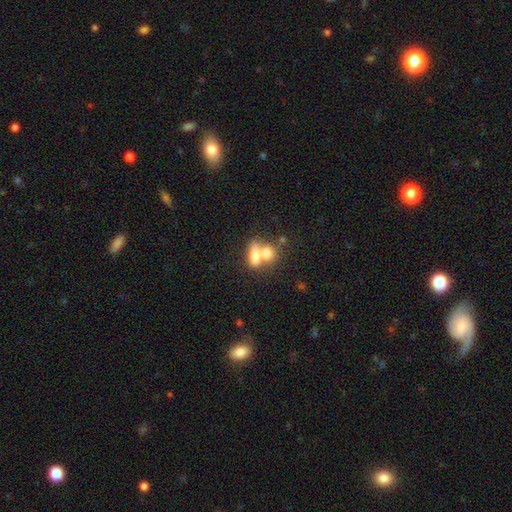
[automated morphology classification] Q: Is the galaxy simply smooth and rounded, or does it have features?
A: smooth — 71%.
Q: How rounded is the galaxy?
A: in between — 74%.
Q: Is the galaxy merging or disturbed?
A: merger — 67%.